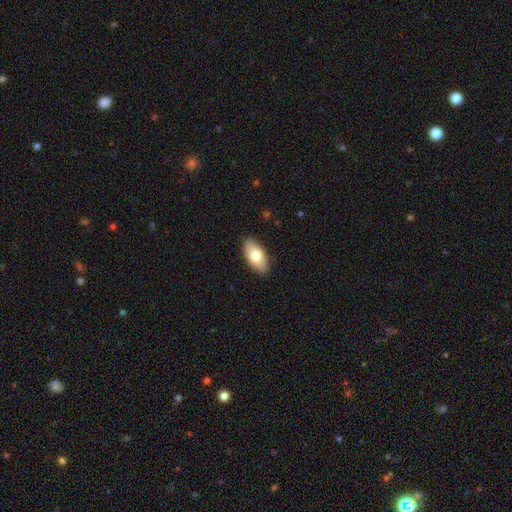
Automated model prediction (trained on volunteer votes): A smooth galaxy with no disk features (76%) that is in between round and cigar-shaped (92%).

Vote fractions:
- Smooth or featured? smooth: 76% / featured or disk: 18% / star or artifact: 6%
- How rounded? in between: 92% / cigar-shaped: 5% / round: 3%
- Merging? none: 89% / minor disturbance: 9% / major disturbance: 2% / merger: 1%